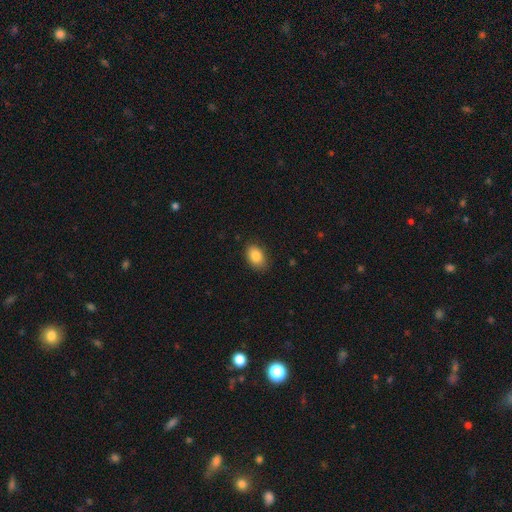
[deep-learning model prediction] smooth-or-featured: smooth: 86% | star or artifact: 8% | featured or disk: 6%
  how-rounded: in between: 83% | round: 15% | cigar-shaped: 1%
  merging: none: 84% | minor disturbance: 12% | major disturbance: 3% | merger: 1%